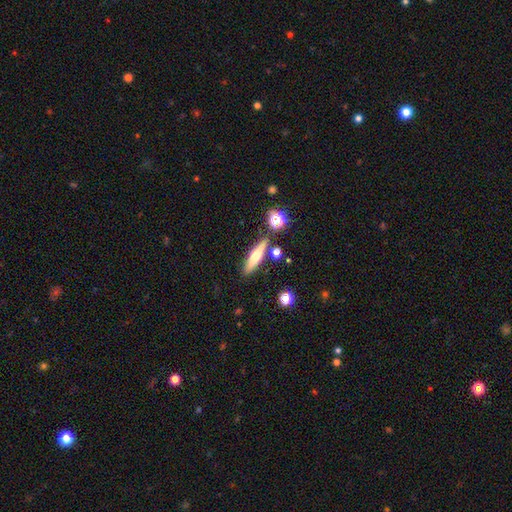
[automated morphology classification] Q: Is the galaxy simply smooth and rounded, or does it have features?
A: featured or disk — 50%.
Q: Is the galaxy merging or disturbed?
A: none — 83%.